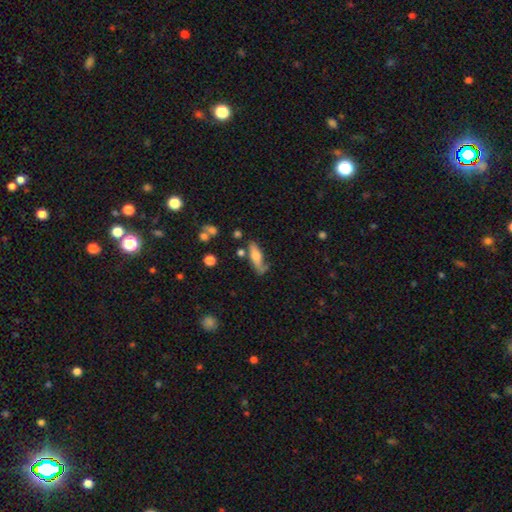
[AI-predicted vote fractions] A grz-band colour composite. It shows a smooth galaxy with no disk features (57%) that is cigar-shaped (49%). Merging: none (54%).